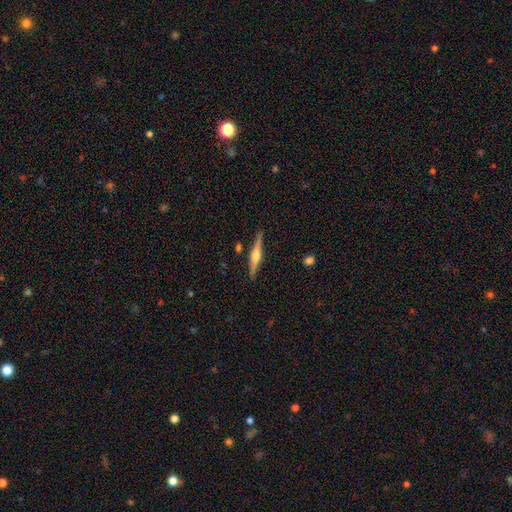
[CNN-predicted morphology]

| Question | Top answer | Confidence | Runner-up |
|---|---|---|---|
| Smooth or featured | featured or disk | 75% | smooth (19%) |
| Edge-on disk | yes | 98% | no (2%) |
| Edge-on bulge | rounded | 91% | boxy (6%) |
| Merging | none | 88% | minor disturbance (8%) |